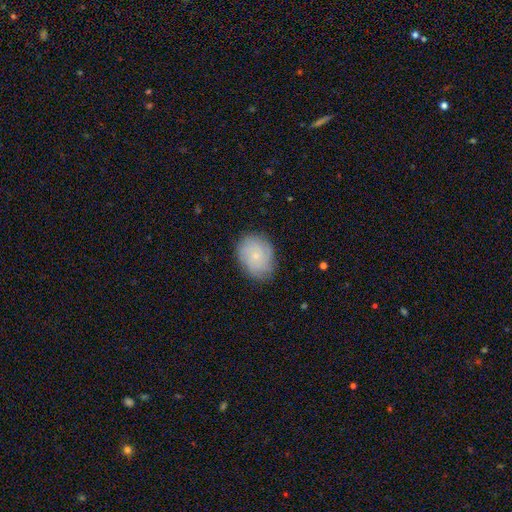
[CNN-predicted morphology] Smooth or featured? Predicted: smooth (p=0.51). How rounded? Predicted: in between (p=0.54). Merging? Predicted: none (p=0.79).